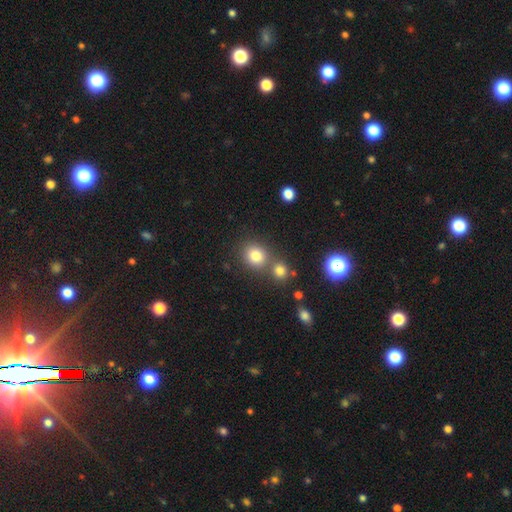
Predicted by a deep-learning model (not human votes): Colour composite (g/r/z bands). It shows a smooth galaxy with no disk features (79%) that is round (80%). Merging: none (64%).